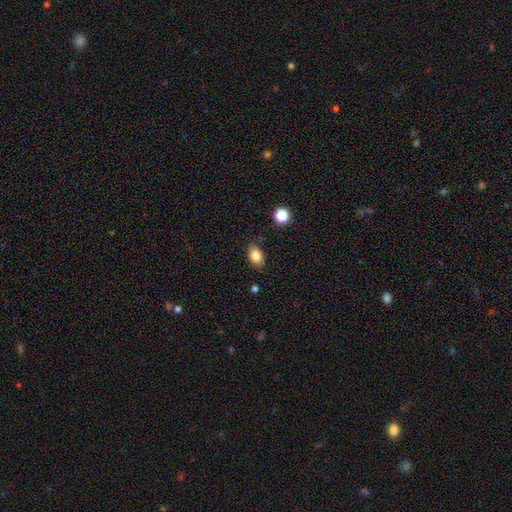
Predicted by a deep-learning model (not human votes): Smooth or featured? Predicted: smooth (p=0.84). How rounded? Predicted: in between (p=0.83). Merging? Predicted: none (p=0.81).